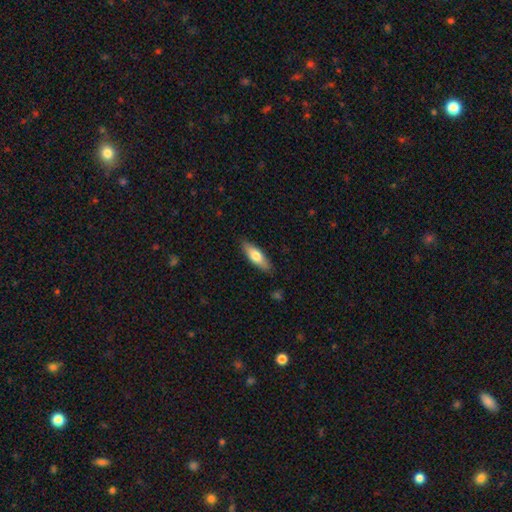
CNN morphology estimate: The model was most divided on "how rounded": in between: 55%, cigar-shaped: 42%, round: 2%. More confident: merging — none (86%); smooth or featured — smooth (68%).